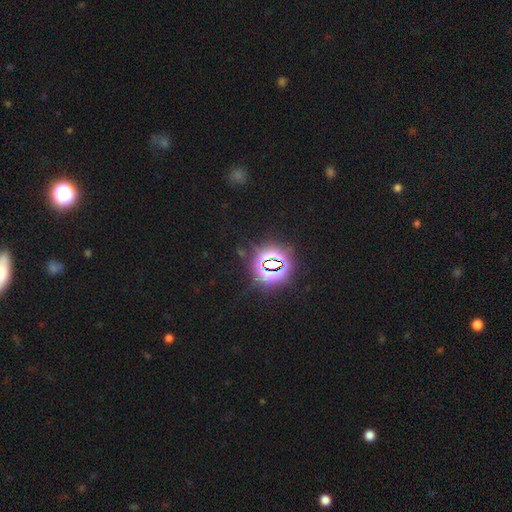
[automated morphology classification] Overall: star or artifact (80%).